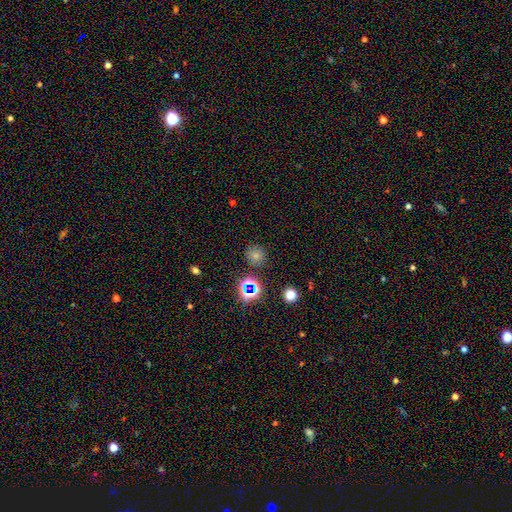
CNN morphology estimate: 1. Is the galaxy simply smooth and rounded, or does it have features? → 65% smooth, 26% star or artifact, 9% featured or disk.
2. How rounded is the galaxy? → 89% round, 10% in between, 1% cigar-shaped.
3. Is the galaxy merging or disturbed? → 84% none, 9% minor disturbance, 3% major disturbance, 3% merger.